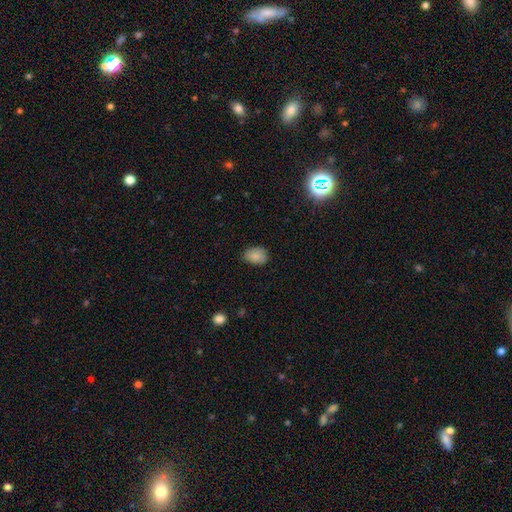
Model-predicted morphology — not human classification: Q: Smooth or featured?
A: smooth (86%); runner-up: star or artifact (9%)
Q: How rounded?
A: in between (72%); runner-up: round (27%)
Q: Merging?
A: none (79%); runner-up: minor disturbance (17%)